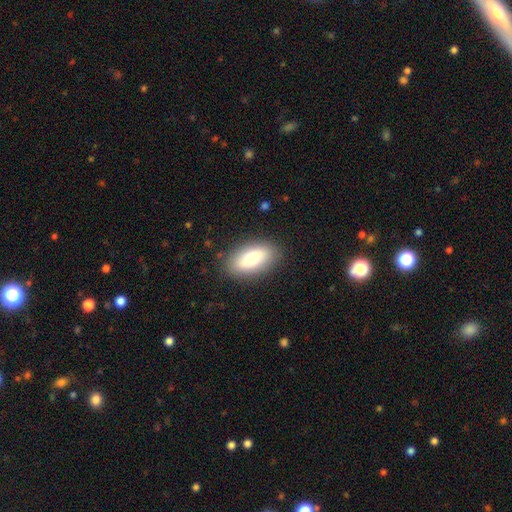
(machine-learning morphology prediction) A smooth galaxy with no disk features (76%) that is in between round and cigar-shaped (90%).

Vote fractions:
- Smooth or featured? smooth: 76% / featured or disk: 17% / star or artifact: 7%
- How rounded? in between: 90% / cigar-shaped: 6% / round: 4%
- Merging? none: 84% / minor disturbance: 11% / major disturbance: 3% / merger: 1%